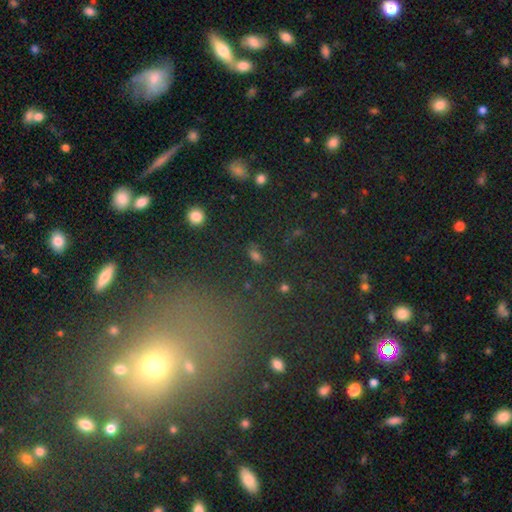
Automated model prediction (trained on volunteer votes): Overall: smooth (50%; star or artifact 36%). Merging: none (78%).